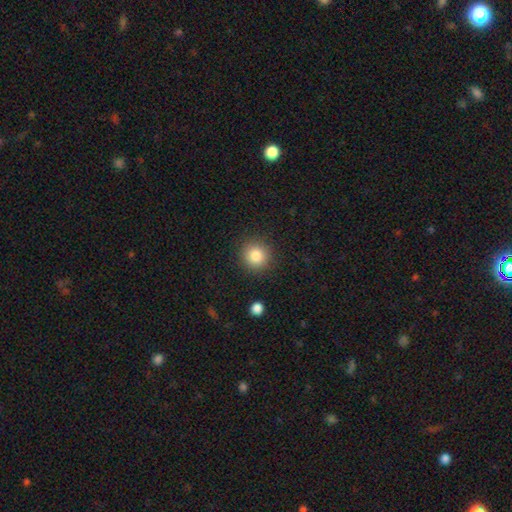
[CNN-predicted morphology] smooth-or-featured: smooth: 84% | star or artifact: 10% | featured or disk: 6%
  how-rounded: round: 92% | in between: 7% | cigar-shaped: 1%
  merging: none: 89% | minor disturbance: 7% | major disturbance: 2% | merger: 2%